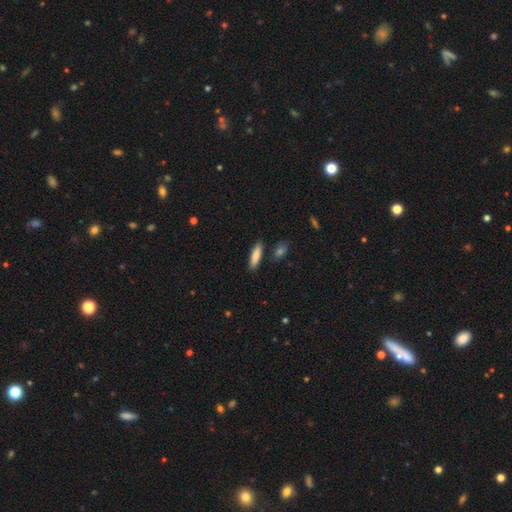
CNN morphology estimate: Smooth or featured? Predicted: smooth (p=0.81). How rounded? Predicted: cigar-shaped (p=0.66). Merging? Predicted: none (p=0.85).